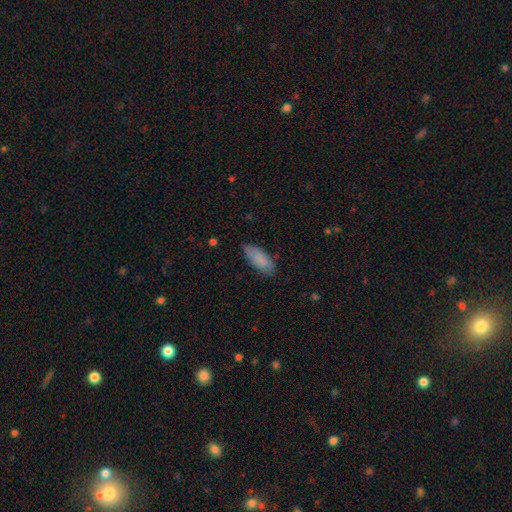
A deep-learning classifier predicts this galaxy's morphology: Smooth or featured?
  - smooth: 85% *
  - featured or disk: 9%
  - star or artifact: 6%
How rounded?
  - in between: 83% *
  - cigar-shaped: 15%
  - round: 2%
Merging?
  - none: 78% *
  - minor disturbance: 17%
  - major disturbance: 3%
  - merger: 1%